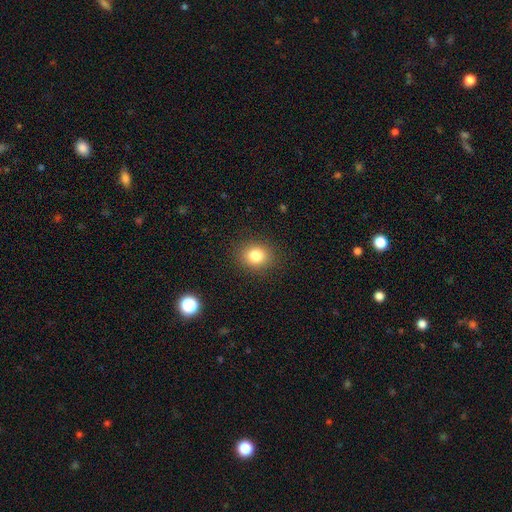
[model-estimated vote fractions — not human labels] Morphology: type=smooth (82%); roundness=round (64%); merging=none (88%).